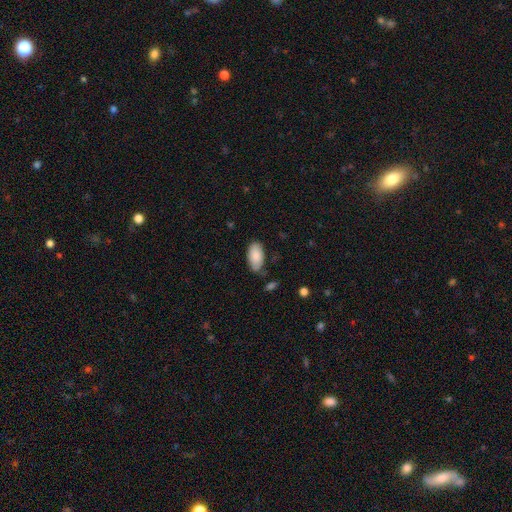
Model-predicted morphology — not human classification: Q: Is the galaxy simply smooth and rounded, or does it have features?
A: smooth — 88%.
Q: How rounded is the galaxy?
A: in between — 95%.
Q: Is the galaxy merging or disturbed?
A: none — 75%.